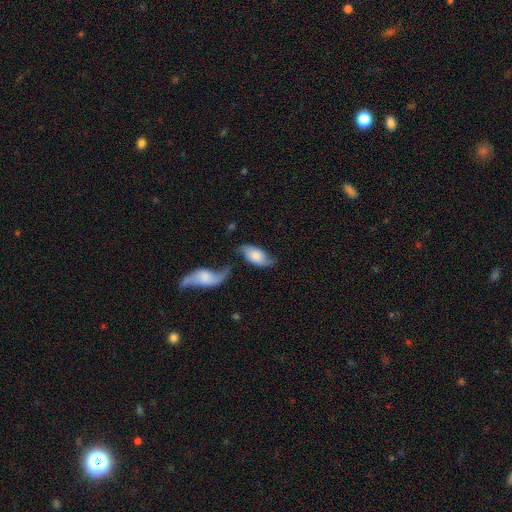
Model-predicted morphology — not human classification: This is possibly a smooth galaxy (55%). How rounded: clearly in between (93%). Merging: marginally none (38%).